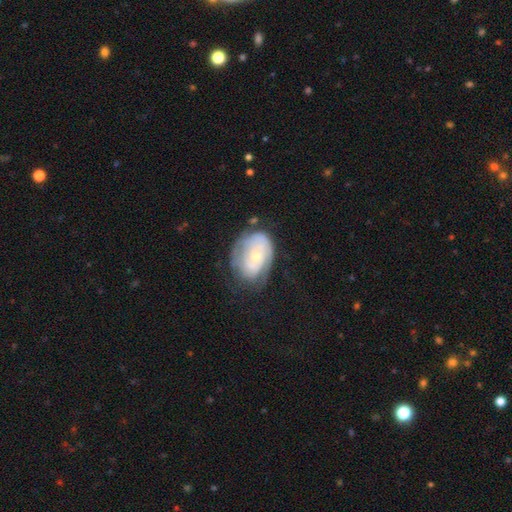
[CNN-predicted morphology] Smooth or featured?
  - featured or disk: 67% *
  - smooth: 26%
  - star or artifact: 7%
Edge-on disk?
  - no: 96% *
  - yes: 4%
Bar?
  - no: 78% *
  - weak: 18%
  - strong: 4%
Spiral arms?
  - yes: 73% *
  - no: 27%
Bulge size?
  - small: 60% *
  - moderate: 35%
  - large: 2%
  - none: 2%
  - dominant: 1%
Merging?
  - none: 56% *
  - minor disturbance: 27%
  - major disturbance: 15%
  - merger: 3%